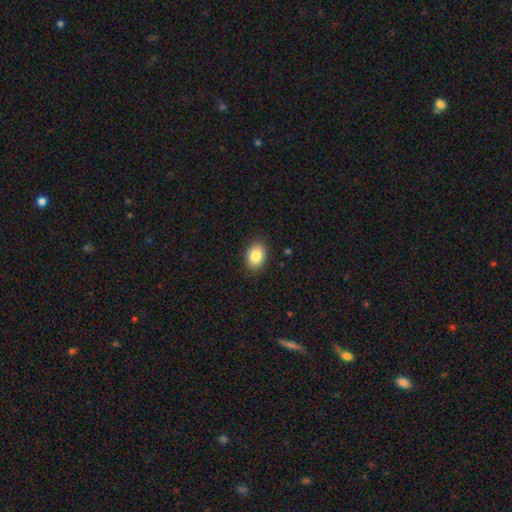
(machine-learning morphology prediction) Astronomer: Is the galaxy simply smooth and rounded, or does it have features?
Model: smooth — 85%.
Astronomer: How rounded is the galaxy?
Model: in between — 76%.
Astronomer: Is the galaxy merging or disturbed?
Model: none — 88%.